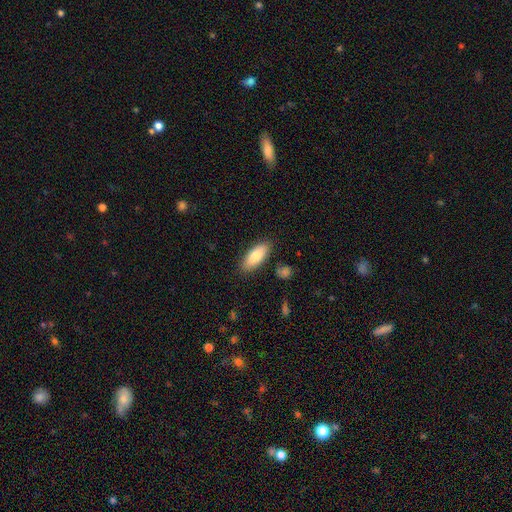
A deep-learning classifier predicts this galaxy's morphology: Smooth or featured?
  - smooth: 81% *
  - featured or disk: 13%
  - star or artifact: 6%
How rounded?
  - in between: 78% *
  - cigar-shaped: 20%
  - round: 2%
Merging?
  - none: 85% *
  - minor disturbance: 10%
  - major disturbance: 2%
  - merger: 2%